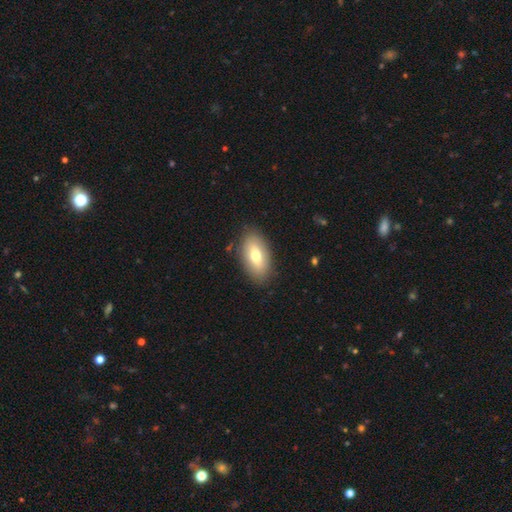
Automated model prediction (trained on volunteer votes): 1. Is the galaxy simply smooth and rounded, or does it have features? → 69% smooth, 24% featured or disk, 7% star or artifact.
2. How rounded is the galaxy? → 91% in between, 5% cigar-shaped, 4% round.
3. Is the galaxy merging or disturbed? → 86% none, 10% minor disturbance, 3% major disturbance, 1% merger.